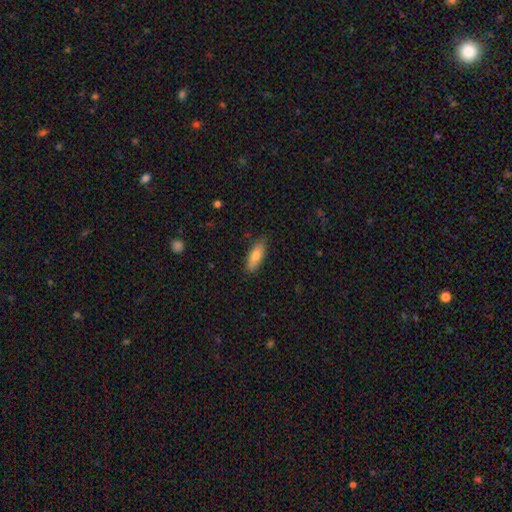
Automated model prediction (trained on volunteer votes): smooth_or_featured: smooth (p=0.76) [alt: featured or disk p=0.18]
how_rounded: in between (p=0.63) [alt: cigar-shaped p=0.35]
merging: none (p=0.85) [alt: minor disturbance p=0.12]